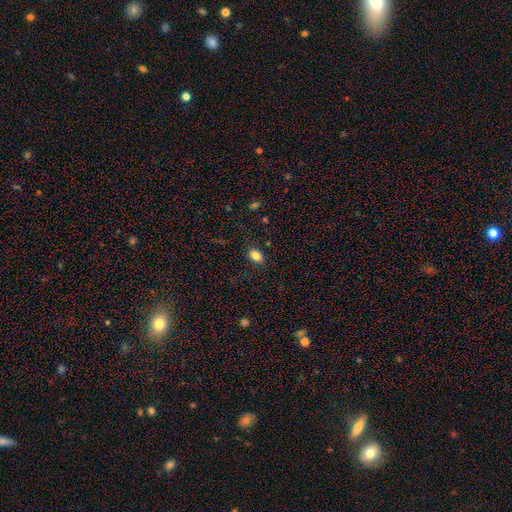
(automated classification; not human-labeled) The model was most divided on "how rounded": in between: 82%, round: 16%, cigar-shaped: 2%. More confident: merging — none (85%); smooth or featured — smooth (84%).